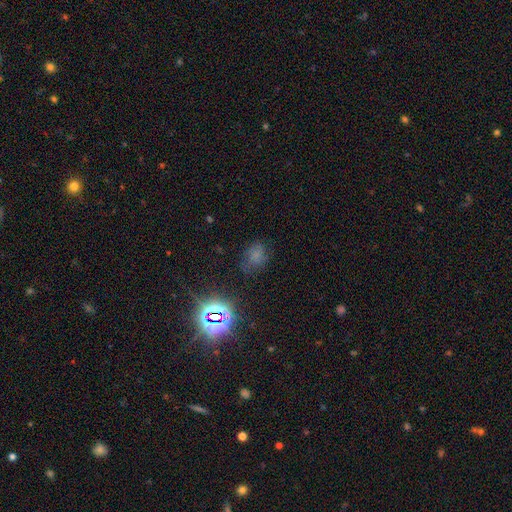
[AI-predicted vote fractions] Morphology: type=smooth (53%); roundness=in between (57%); merging=none (62%).